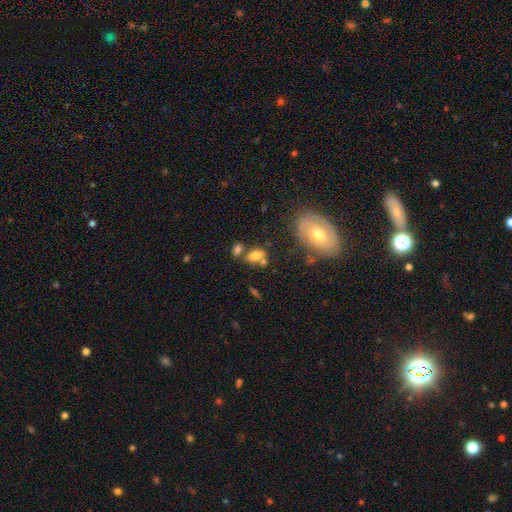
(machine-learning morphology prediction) Q: Smooth or featured?
A: smooth (73%); runner-up: featured or disk (16%)
Q: How rounded?
A: in between (85%); runner-up: round (11%)
Q: Merging?
A: none (53%); runner-up: merger (26%)